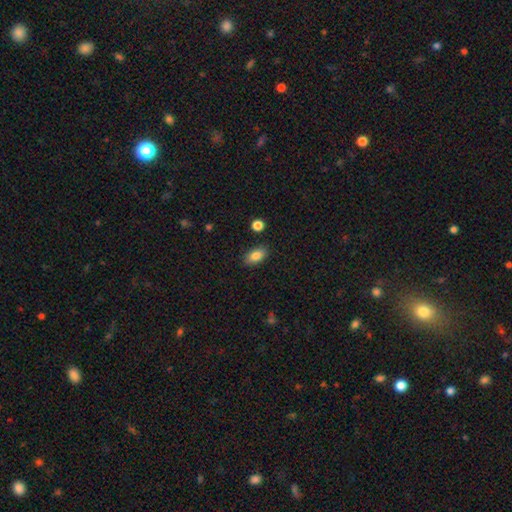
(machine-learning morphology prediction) Smooth or featured? Predicted: smooth (p=0.84). How rounded? Predicted: in between (p=0.90). Merging? Predicted: none (p=0.87).